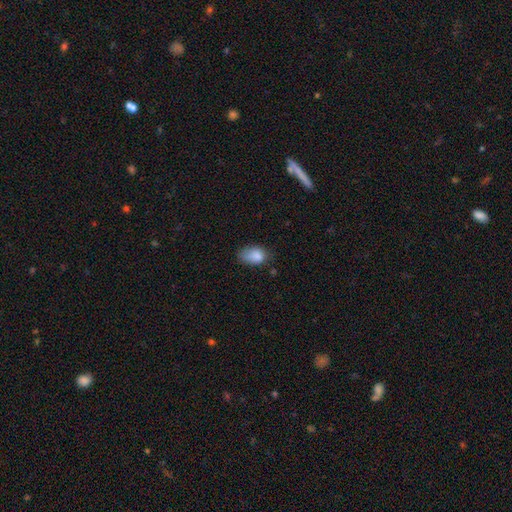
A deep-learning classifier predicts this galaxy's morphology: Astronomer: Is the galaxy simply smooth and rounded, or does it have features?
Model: smooth — 83%.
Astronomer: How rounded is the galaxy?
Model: in between — 85%.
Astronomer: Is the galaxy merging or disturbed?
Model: none — 43% (runner-up: minor disturbance, 38%).